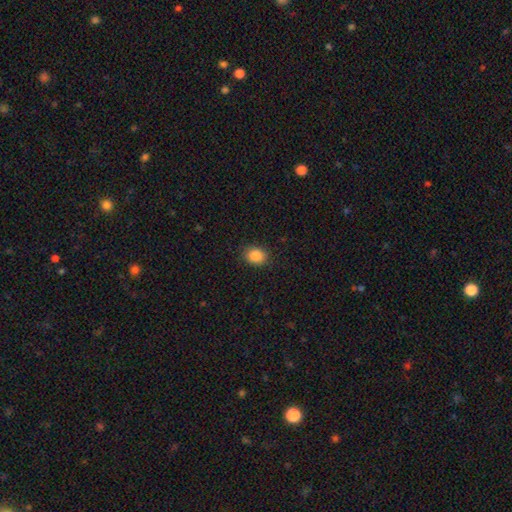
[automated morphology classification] This appears to be a smooth galaxy with no disk features (86%) that is round (54%). Merging: none (88%).